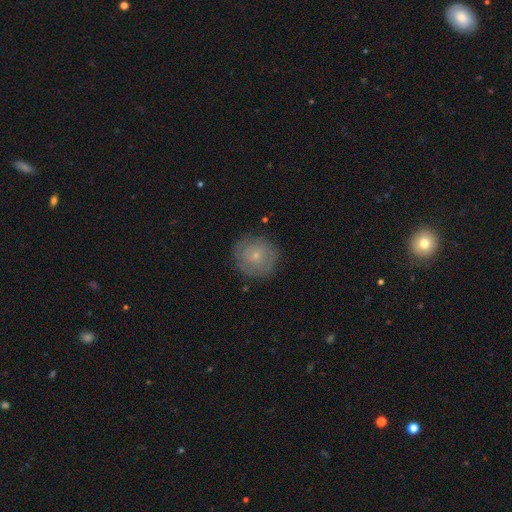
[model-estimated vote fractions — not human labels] A smooth galaxy with no disk features (50%) that is round (92%).

Vote fractions:
- Smooth or featured? smooth: 50% / featured or disk: 41% / star or artifact: 9%
- How rounded? round: 92% / in between: 7% / cigar-shaped: 1%
- Merging? none: 83% / minor disturbance: 12% / major disturbance: 4% / merger: 1%